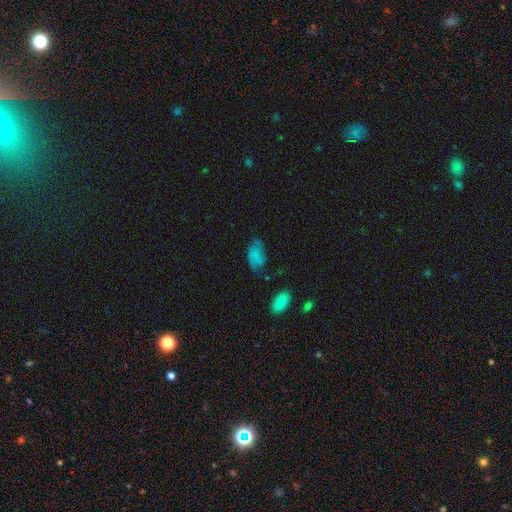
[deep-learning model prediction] smooth-or-featured: smooth: 66% | featured or disk: 23% | star or artifact: 11%
  how-rounded: in between: 90% | round: 8% | cigar-shaped: 2%
  merging: none: 49% | minor disturbance: 31% | major disturbance: 16% | merger: 4%